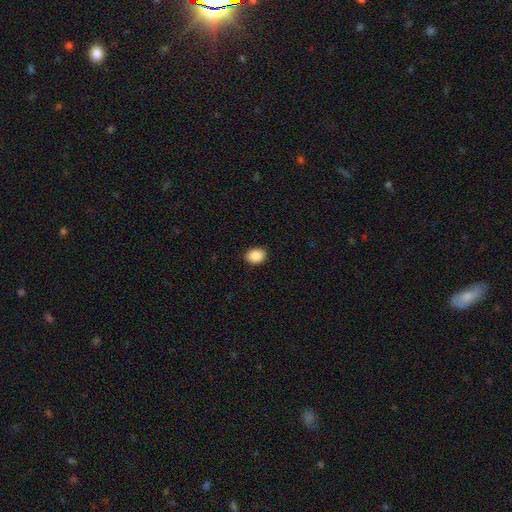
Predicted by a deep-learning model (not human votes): Smooth or featured?
  - smooth: 89% *
  - star or artifact: 8%
  - featured or disk: 3%
How rounded?
  - in between: 57% *
  - round: 42%
  - cigar-shaped: 1%
Merging?
  - none: 87% *
  - minor disturbance: 10%
  - major disturbance: 2%
  - merger: 1%